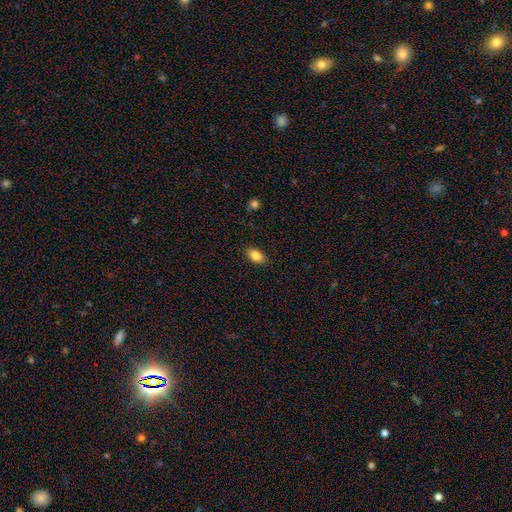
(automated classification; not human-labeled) Smooth or featured? Predicted: smooth (p=0.84). How rounded? Predicted: in between (p=0.89). Merging? Predicted: none (p=0.88).